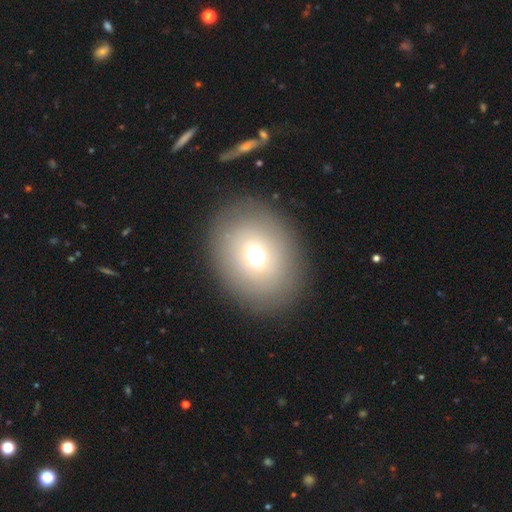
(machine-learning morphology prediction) The model was most divided on "how rounded": in between: 57%, round: 42%, cigar-shaped: 1%. More confident: merging — none (87%); smooth or featured — smooth (69%).